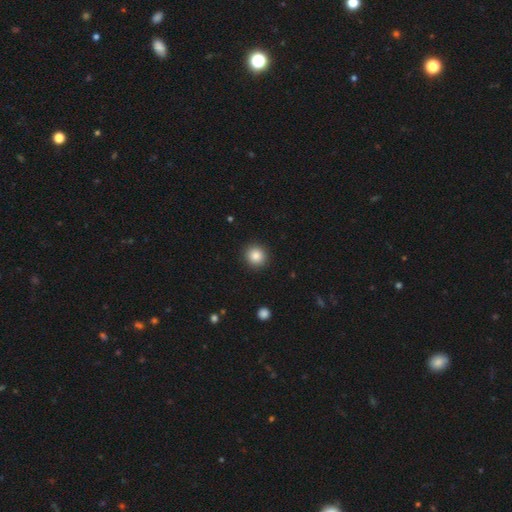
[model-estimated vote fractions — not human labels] The model was most divided on "smooth or featured": smooth: 85%, star or artifact: 10%, featured or disk: 5%. More confident: how rounded — round (92%); merging — none (92%).